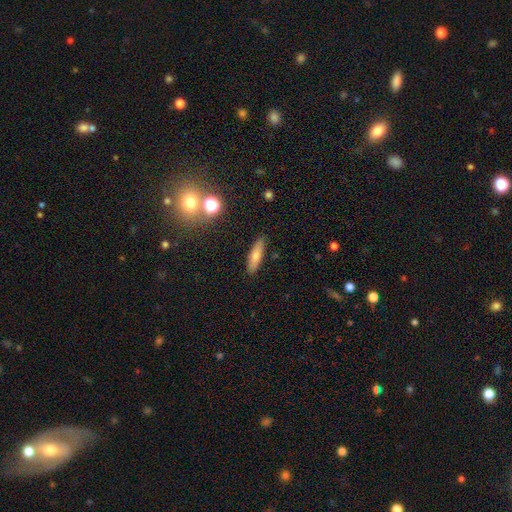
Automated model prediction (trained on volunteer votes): smooth 68%, featured or disk 24%, star or artifact 8%. Down the decision tree: how rounded — cigar-shaped (66%); merging — none (88%).